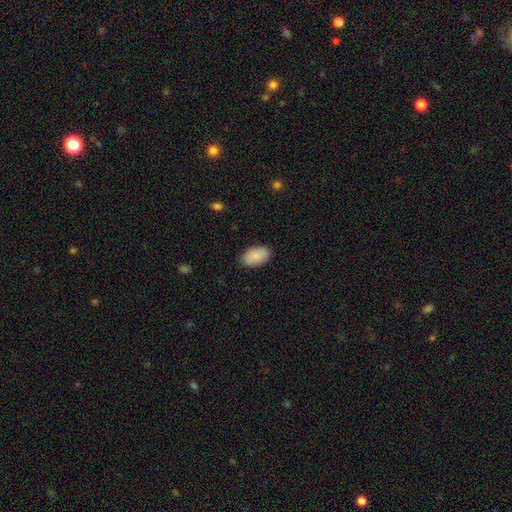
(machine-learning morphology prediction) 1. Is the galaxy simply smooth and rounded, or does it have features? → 89% smooth, 6% star or artifact, 5% featured or disk.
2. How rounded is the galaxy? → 94% in between, 5% round, 1% cigar-shaped.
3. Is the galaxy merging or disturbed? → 87% none, 10% minor disturbance, 2% major disturbance, 1% merger.